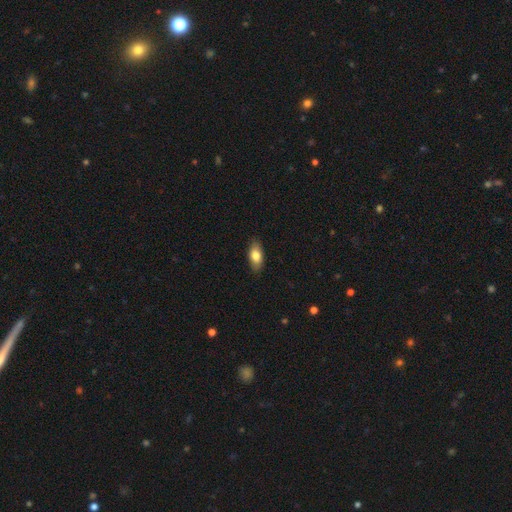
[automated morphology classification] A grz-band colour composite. It shows a smooth galaxy with no disk features (79%) that is in between round and cigar-shaped (89%). Merging: none (87%).